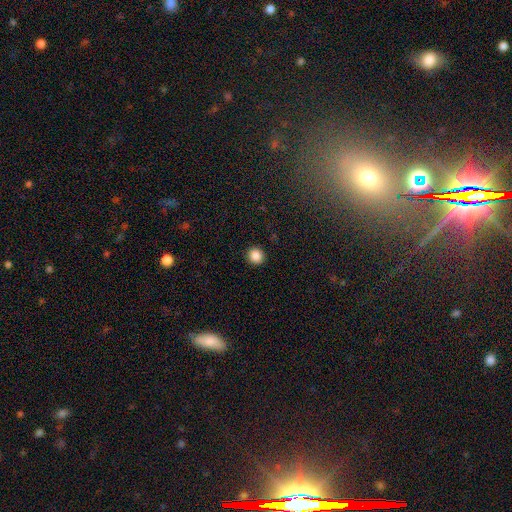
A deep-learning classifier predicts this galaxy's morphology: smooth-or-featured: smooth: 87% | star or artifact: 10% | featured or disk: 3%
  how-rounded: round: 90% | in between: 9% | cigar-shaped: 1%
  merging: none: 92% | minor disturbance: 5% | major disturbance: 2% | merger: 1%